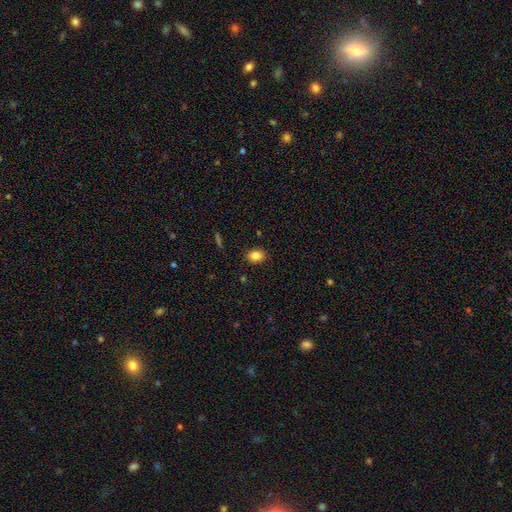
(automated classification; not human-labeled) This is clearly a smooth galaxy (84%). How rounded: likely in between (64%). Merging: clearly none (87%).